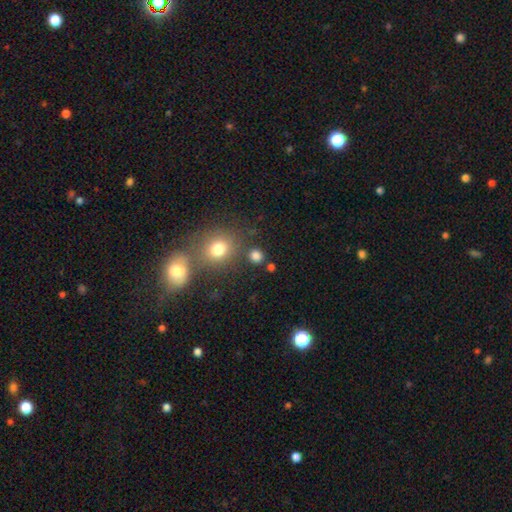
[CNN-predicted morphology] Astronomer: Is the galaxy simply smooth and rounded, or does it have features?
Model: smooth — 78%.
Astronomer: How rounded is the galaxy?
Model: round — 82%.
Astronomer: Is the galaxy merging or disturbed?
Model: none — 78%.